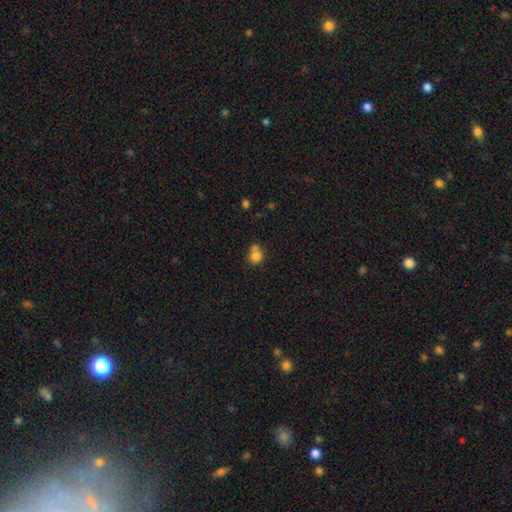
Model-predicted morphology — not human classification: smooth_or_featured: smooth (p=0.78) [alt: star or artifact p=0.11]
how_rounded: round (p=0.71) [alt: in between p=0.28]
merging: merger (p=0.40) [alt: none p=0.39]